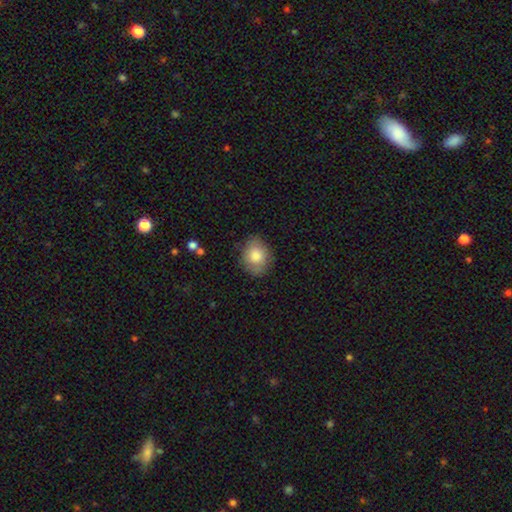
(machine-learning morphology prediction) Smooth or featured: smooth — 79% (featured or disk — 13%)
How rounded: in between — 55% (round — 44%)
Merging: none — 80% (minor disturbance — 16%)